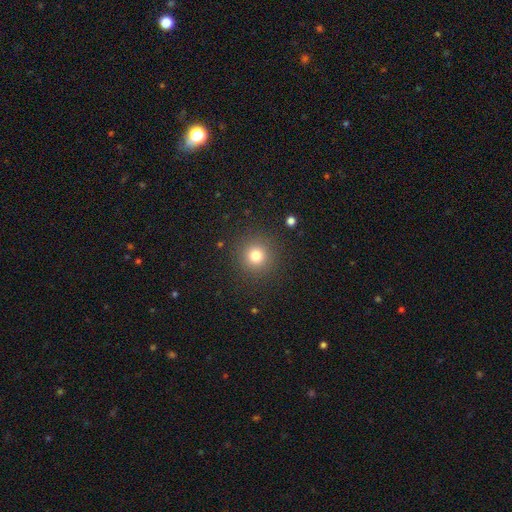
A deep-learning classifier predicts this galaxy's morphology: smooth 77%, star or artifact 15%, featured or disk 7%. Down the decision tree: how rounded — round (95%); merging — none (90%).